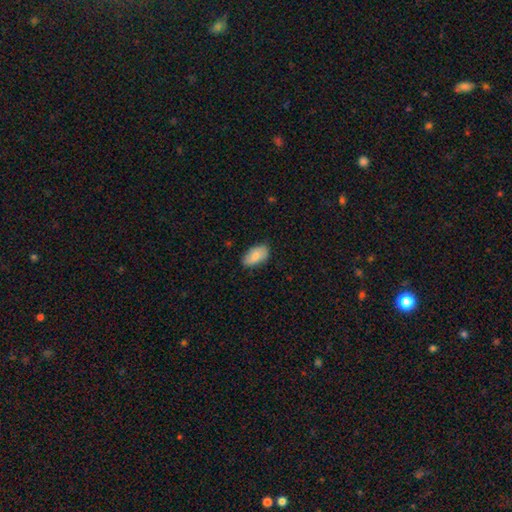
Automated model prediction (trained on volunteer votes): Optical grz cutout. It shows a smooth galaxy with no disk features (81%) that is in between round and cigar-shaped (94%). Merging: none (79%).